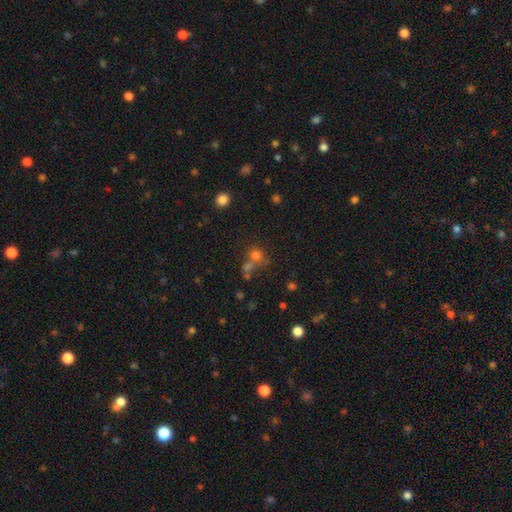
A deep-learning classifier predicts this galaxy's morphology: Smooth or featured? Predicted: smooth (p=0.66). How rounded? Predicted: round (p=0.78). Merging? Predicted: none (p=0.46).